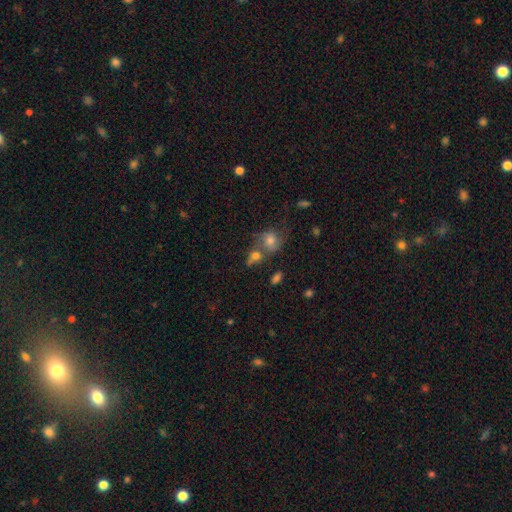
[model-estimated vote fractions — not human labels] Morphology: type=smooth (68%); roundness=round (59%); merging=merger (40%).